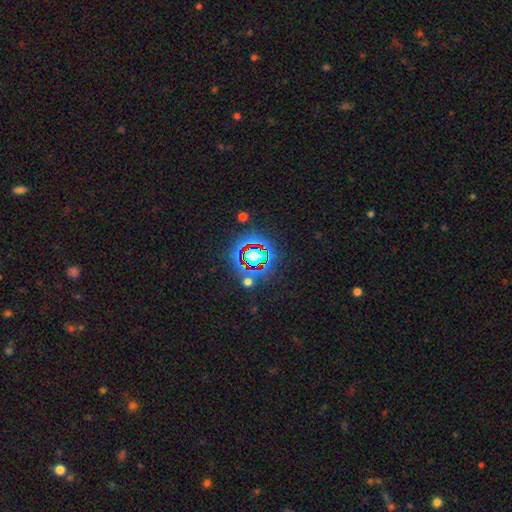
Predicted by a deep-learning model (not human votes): The model was most divided on "smooth or featured": star or artifact: 67%, smooth: 21%, featured or disk: 11%.